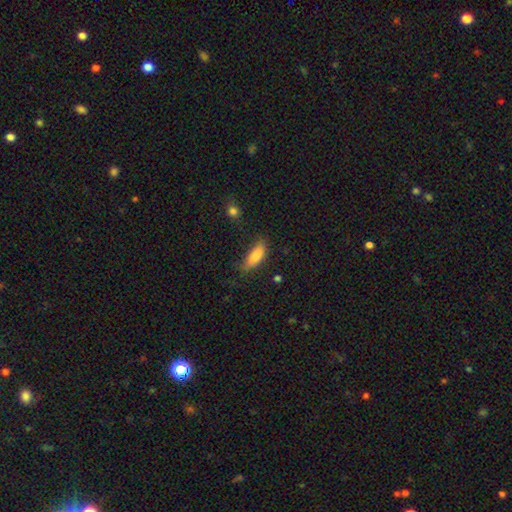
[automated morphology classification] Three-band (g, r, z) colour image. It shows a smooth galaxy with no disk features (84%) that is in between round and cigar-shaped (72%). Merging: none (59%).